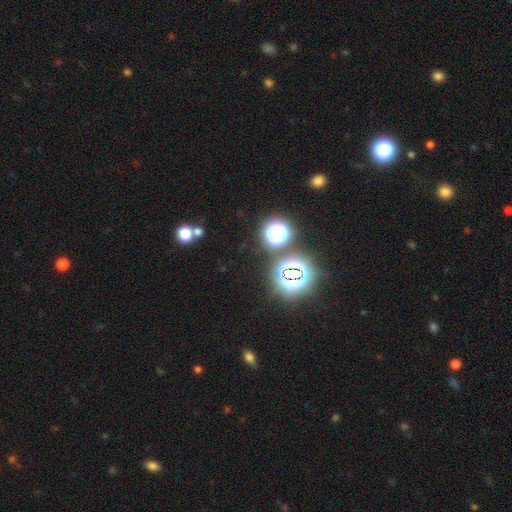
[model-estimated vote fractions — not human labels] Smooth or featured? Predicted: star or artifact (p=0.78).